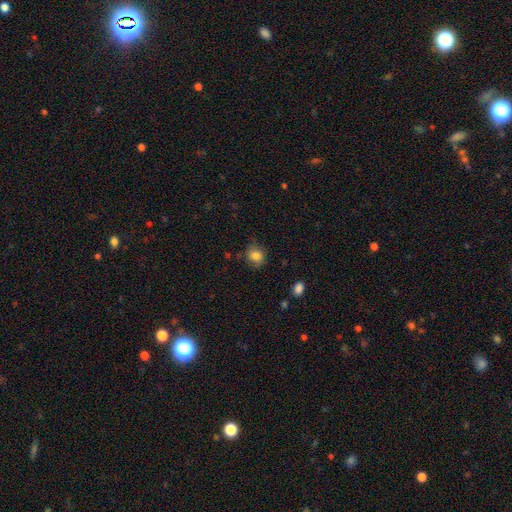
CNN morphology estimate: This is clearly a smooth galaxy (81%). How rounded: likely round (66%). Merging: likely none (74%).